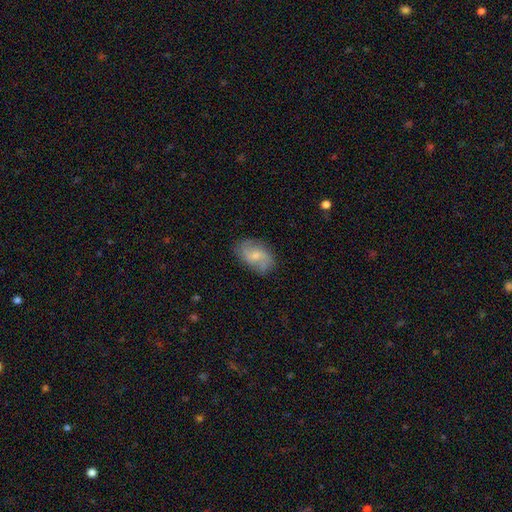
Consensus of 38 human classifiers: smooth_or_featured: featured or disk (p=0.66) [alt: smooth p=0.34]
disk_edge_on: no (p=0.96) [alt: yes p=0.04]
bar: weak (p=0.50) [alt: no p=0.46]
has_spiral_arms: yes (p=0.96) [alt: no p=0.04]
spiral_winding: medium (p=0.48) [alt: loose p=0.43]
spiral_arm_count: 2 (p=0.87) [alt: 4 p=0.04]
bulge_size: moderate (p=0.67) [alt: small p=0.25]
merging: none (p=0.82) [alt: minor disturbance p=0.13]